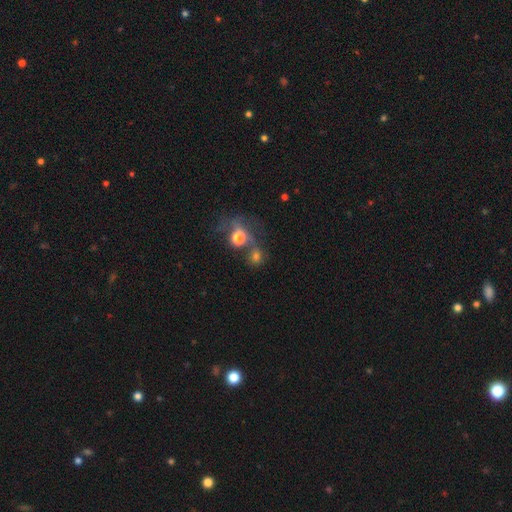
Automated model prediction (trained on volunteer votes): Smooth or featured? Predicted: smooth (p=0.53). How rounded? Predicted: round (p=0.73). Merging? Predicted: merger (p=0.43).